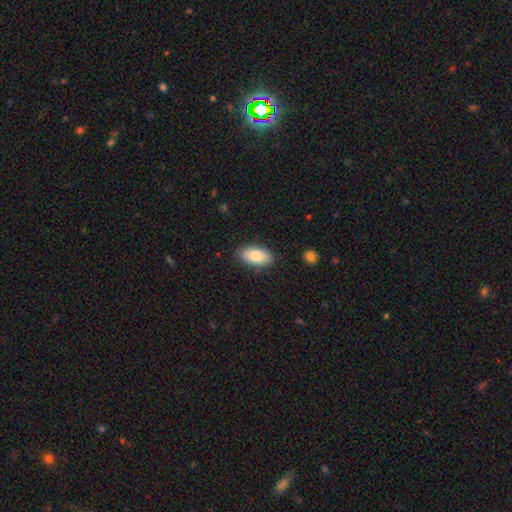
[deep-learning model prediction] Smooth or featured? smooth (83%)
How rounded? in between (93%)
Merging? none (86%)